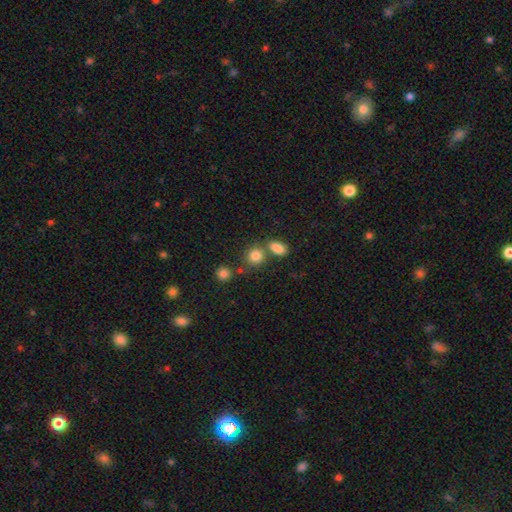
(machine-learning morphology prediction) The model was most divided on "merging": none: 60%, merger: 27%, minor disturbance: 10%, major disturbance: 4%. More confident: smooth or featured — smooth (82%); how rounded — round (76%).